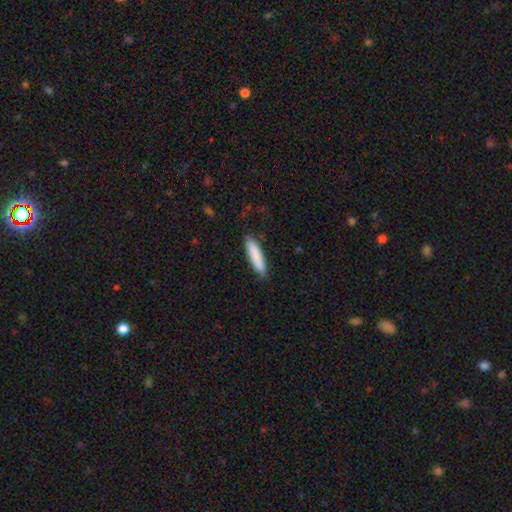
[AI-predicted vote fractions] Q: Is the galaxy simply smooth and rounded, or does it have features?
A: smooth — 85%.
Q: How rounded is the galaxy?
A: cigar-shaped — 81%.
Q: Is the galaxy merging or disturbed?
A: none — 88%.